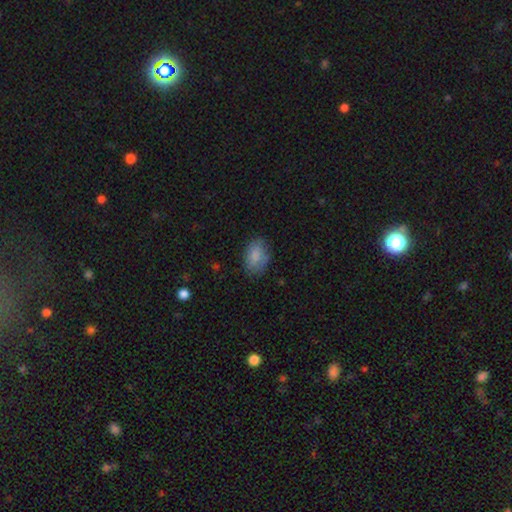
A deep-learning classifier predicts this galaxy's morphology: smooth 82%, featured or disk 11%, star or artifact 8%. Down the decision tree: how rounded — in between (85%); merging — none (70%).